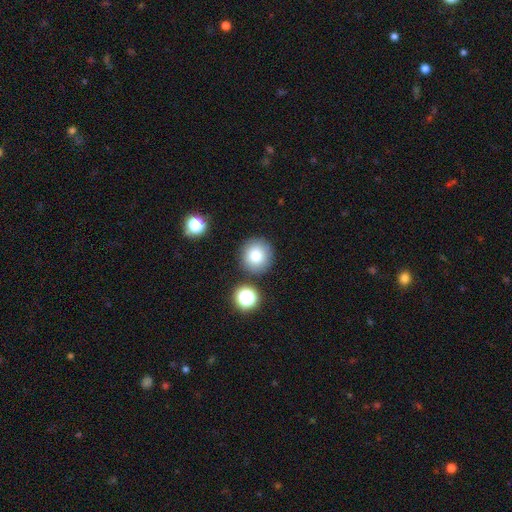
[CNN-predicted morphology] Overall: smooth (78%). How rounded: round (92%). Merging: none (84%).